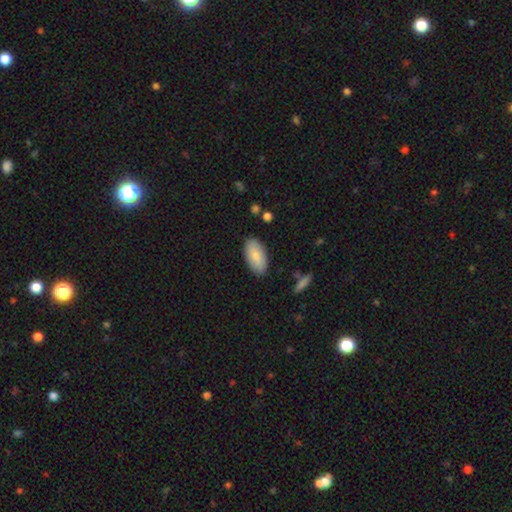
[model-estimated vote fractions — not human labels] Smooth or featured? smooth (83%)
How rounded? in between (93%)
Merging? none (85%)